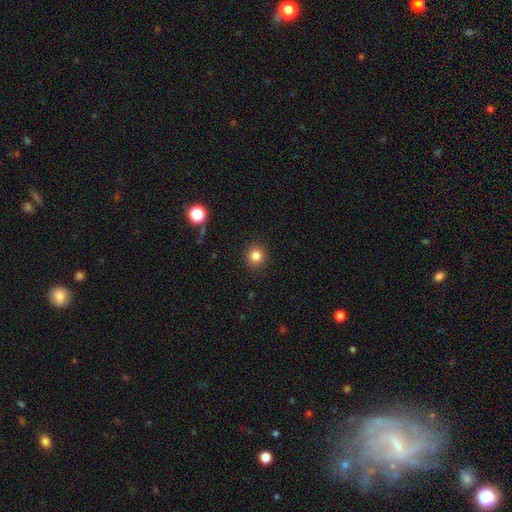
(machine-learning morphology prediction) Smooth or featured? smooth (83%)
How rounded? round (92%)
Merging? none (91%)